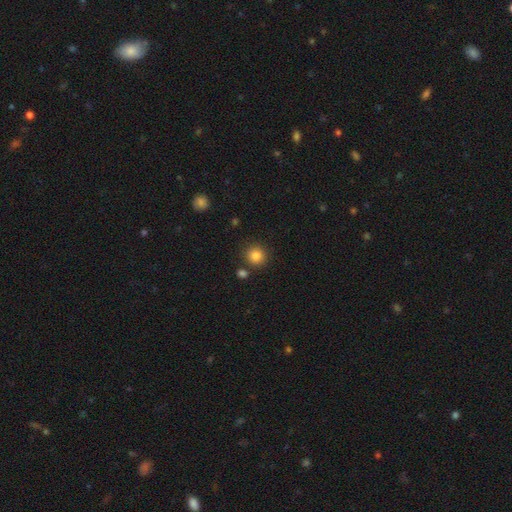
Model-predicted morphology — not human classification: This appears to be a smooth galaxy with no disk features (85%) that is round (92%). Merging: none (83%).